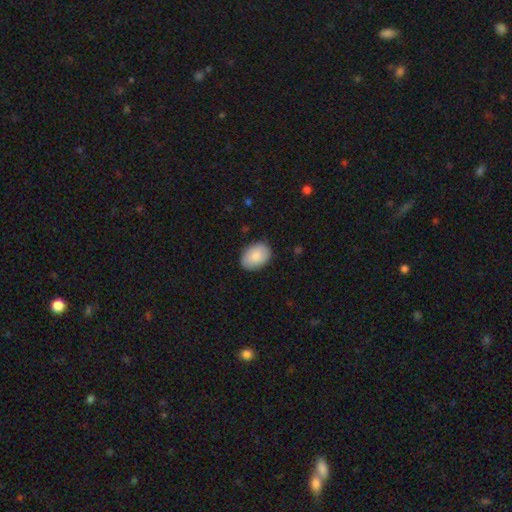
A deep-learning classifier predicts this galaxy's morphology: Smooth or featured?
  - smooth: 86% *
  - featured or disk: 8%
  - star or artifact: 6%
How rounded?
  - in between: 83% *
  - round: 16%
  - cigar-shaped: 1%
Merging?
  - none: 86% *
  - minor disturbance: 11%
  - major disturbance: 2%
  - merger: 1%